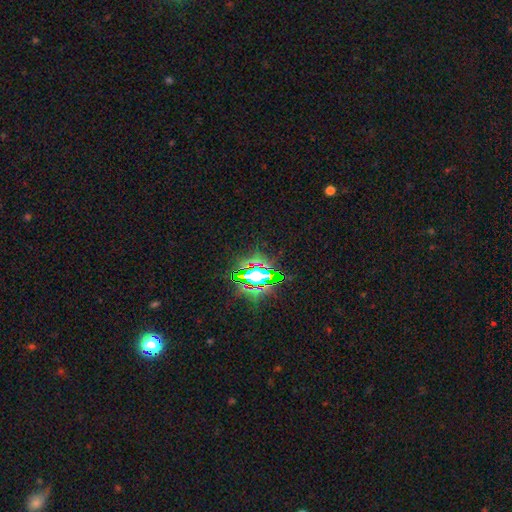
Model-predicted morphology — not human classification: type=star or artifact (81%).